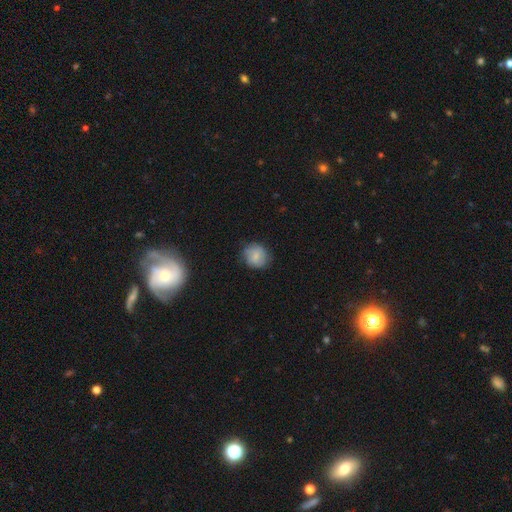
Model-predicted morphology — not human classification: smooth_or_featured: smooth (p=0.78) [alt: featured or disk p=0.14]
how_rounded: round (p=0.76) [alt: in between p=0.23]
merging: none (p=0.78) [alt: minor disturbance p=0.17]